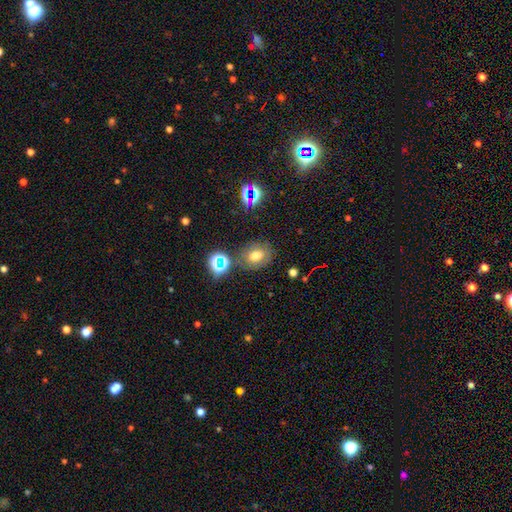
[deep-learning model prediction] Q: Smooth or featured?
A: smooth (63%); runner-up: star or artifact (22%)
Q: How rounded?
A: in between (50%); runner-up: round (49%)
Q: Merging?
A: none (74%); runner-up: minor disturbance (14%)